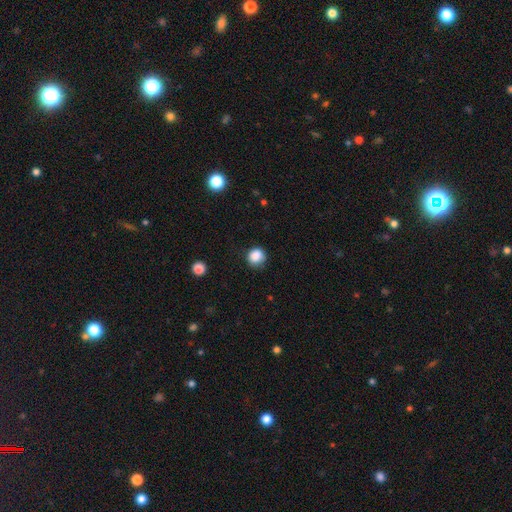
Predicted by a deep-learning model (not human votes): Smooth or featured? smooth (86%)
How rounded? round (86%)
Merging? none (75%)